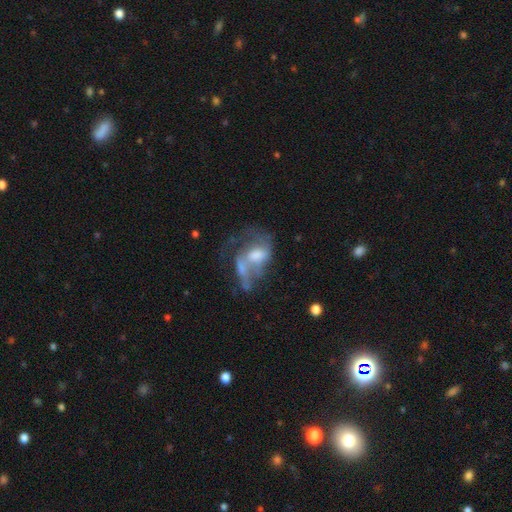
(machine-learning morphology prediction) featured or disk 62%, smooth 27%, star or artifact 11%. Down the decision tree: edge-on disk — no (96%); bar — no (63%); spiral arms — no (51%); bulge size — moderate (47%); merging — major disturbance (36%).